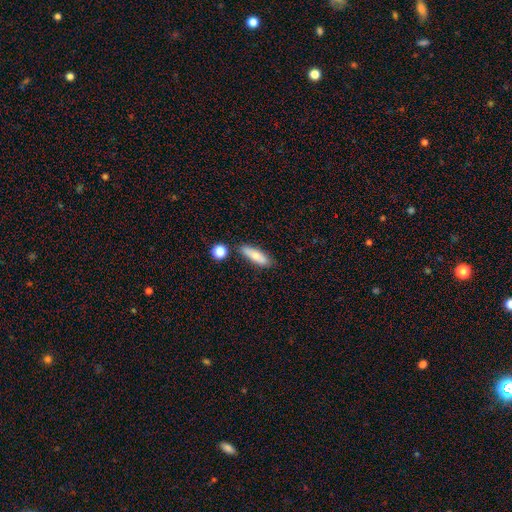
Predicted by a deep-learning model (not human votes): A smooth galaxy with no disk features (75%) that is cigar-shaped (51%).

Vote fractions:
- Smooth or featured? smooth: 75% / featured or disk: 18% / star or artifact: 7%
- How rounded? cigar-shaped: 51% / in between: 46% / round: 3%
- Merging? none: 77% / minor disturbance: 14% / merger: 6% / major disturbance: 3%